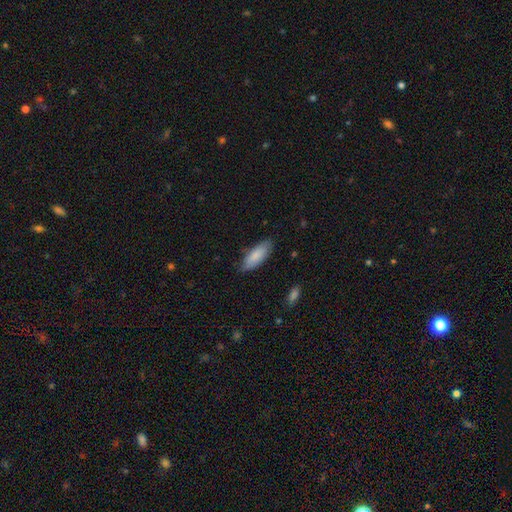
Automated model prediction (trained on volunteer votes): Smooth or featured?
  - smooth: 85% *
  - featured or disk: 10%
  - star or artifact: 5%
How rounded?
  - in between: 72% *
  - cigar-shaped: 26%
  - round: 2%
Merging?
  - none: 81% *
  - minor disturbance: 15%
  - major disturbance: 2%
  - merger: 1%